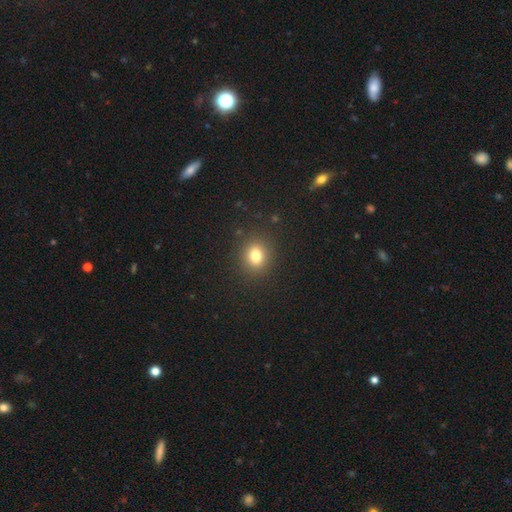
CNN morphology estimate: This is likely a smooth galaxy (79%). How rounded: likely round (71%). Merging: clearly none (88%).